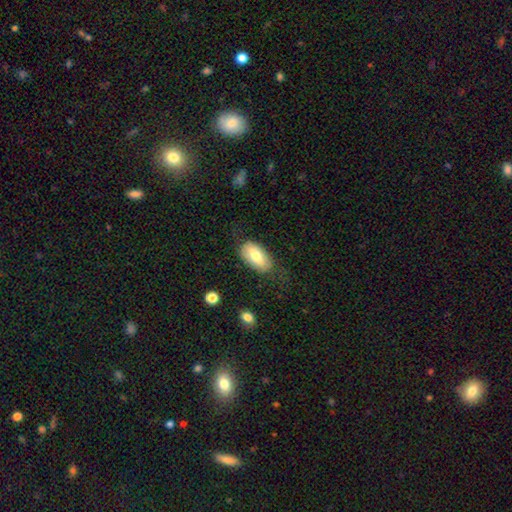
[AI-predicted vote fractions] This is likely a smooth galaxy (72%). How rounded: clearly in between (94%). Merging: likely none (70%).